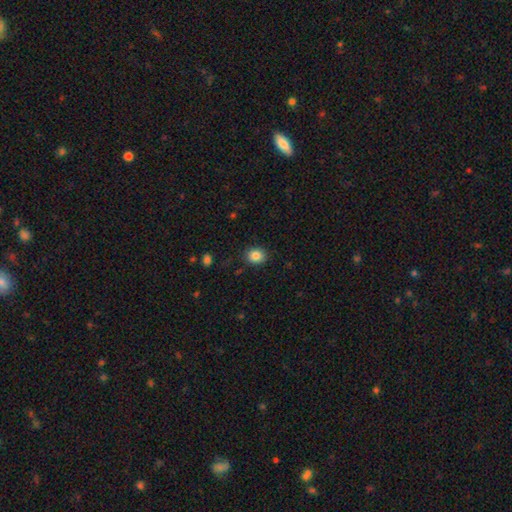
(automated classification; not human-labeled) Overall: smooth (85%). How rounded: round (69%; in between 30%). Merging: none (88%).